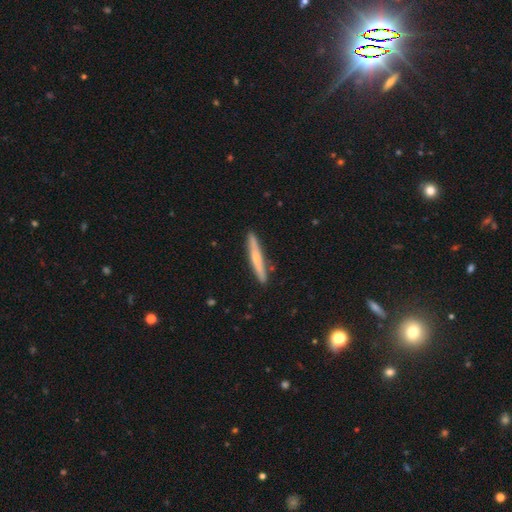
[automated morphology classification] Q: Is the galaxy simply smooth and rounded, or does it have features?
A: smooth — 50%.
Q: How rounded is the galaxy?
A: cigar-shaped — 95%.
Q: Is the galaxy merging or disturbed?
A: none — 88%.